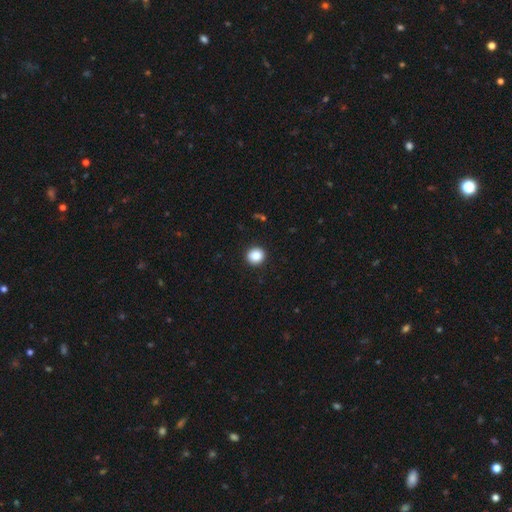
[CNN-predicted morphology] Q: Smooth or featured?
A: smooth (87%); runner-up: star or artifact (10%)
Q: How rounded?
A: round (88%); runner-up: in between (11%)
Q: Merging?
A: none (92%); runner-up: minor disturbance (5%)